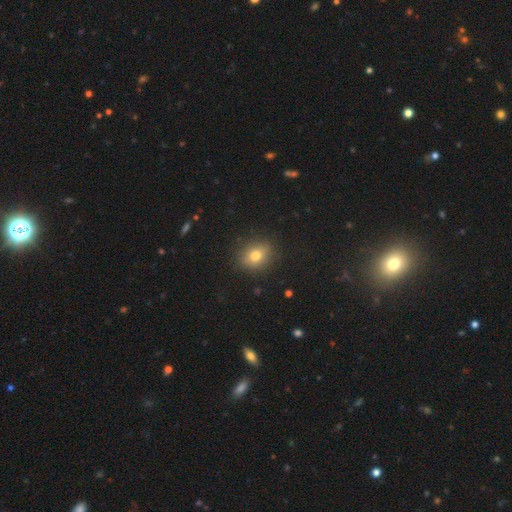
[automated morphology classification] This appears to be a smooth galaxy with no disk features (74%) that is round (53%). Merging: none (87%).